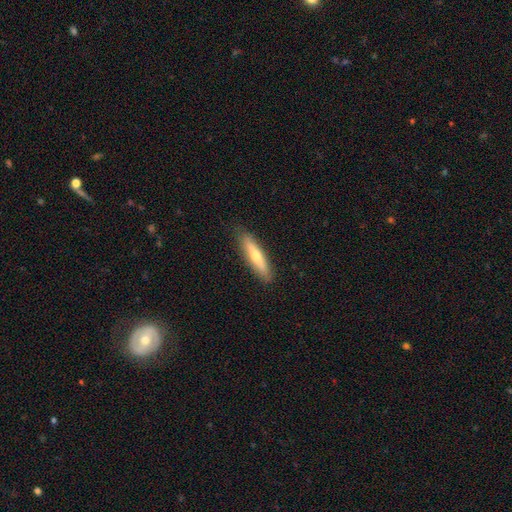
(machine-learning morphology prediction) Smooth or featured? Predicted: smooth (p=0.56). How rounded? Predicted: cigar-shaped (p=0.81). Merging? Predicted: none (p=0.88).